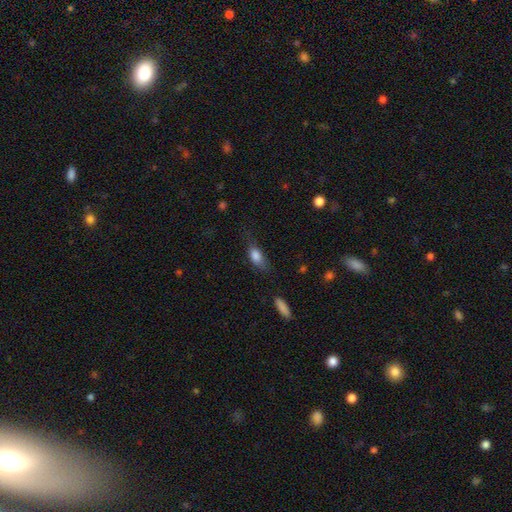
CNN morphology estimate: The model was most divided on "merging": none: 55%, minor disturbance: 29%, major disturbance: 14%, merger: 2%. More confident: smooth or featured — smooth (80%); how rounded — in between (78%).